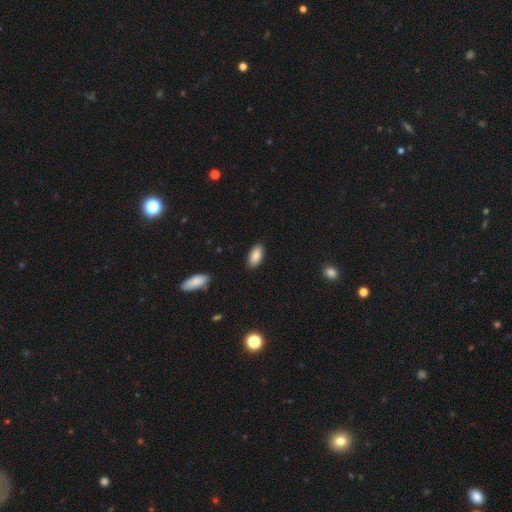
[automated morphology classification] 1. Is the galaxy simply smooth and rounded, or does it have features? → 89% smooth, 7% star or artifact, 5% featured or disk.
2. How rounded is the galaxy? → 92% in between, 5% cigar-shaped, 2% round.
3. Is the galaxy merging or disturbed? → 87% none, 10% minor disturbance, 2% major disturbance, 1% merger.